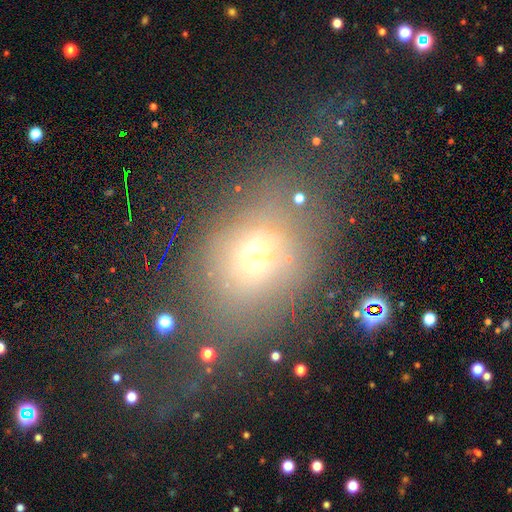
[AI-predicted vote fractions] smooth_or_featured: smooth (p=0.57) [alt: star or artifact p=0.23]
how_rounded: in between (p=0.55) [alt: round p=0.43]
merging: none (p=0.46) [alt: major disturbance p=0.29]